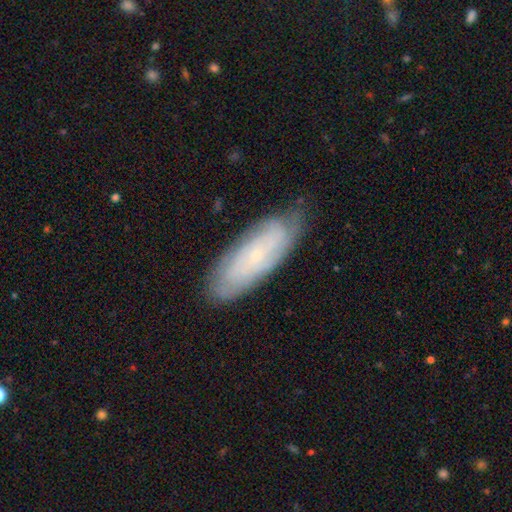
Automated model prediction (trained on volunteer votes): Smooth or featured: featured or disk — 64% (smooth — 29%)
Edge-on disk: no — 87% (yes — 13%)
Bar: no — 76% (weak — 19%)
Spiral arms: yes — 86% (no — 14%)
Bulge size: small — 84% (moderate — 11%)
Merging: none — 74% (minor disturbance — 20%)